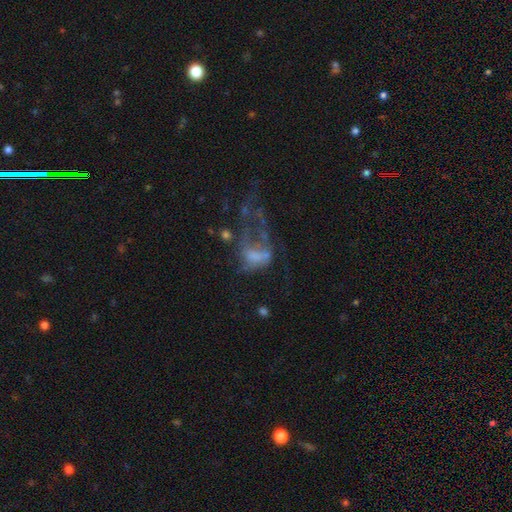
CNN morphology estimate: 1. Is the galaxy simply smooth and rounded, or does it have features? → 48% featured or disk, 34% smooth, 17% star or artifact.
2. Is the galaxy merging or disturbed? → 57% major disturbance, 16% merger, 16% none, 11% minor disturbance.